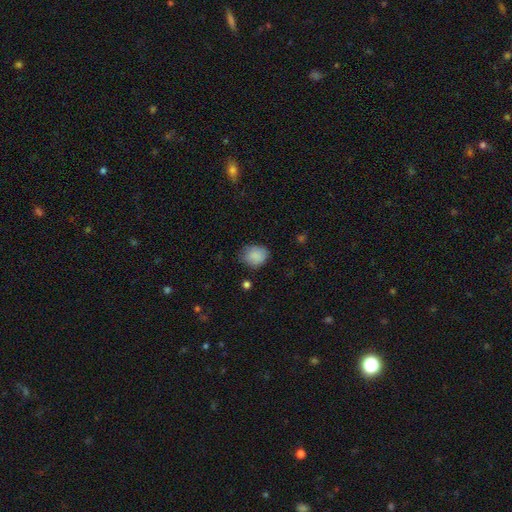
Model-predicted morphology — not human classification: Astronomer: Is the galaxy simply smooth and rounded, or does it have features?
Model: smooth — 86%.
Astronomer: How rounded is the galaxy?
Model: round — 55% (runner-up: in between, 44%).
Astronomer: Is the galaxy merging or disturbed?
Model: none — 70%.